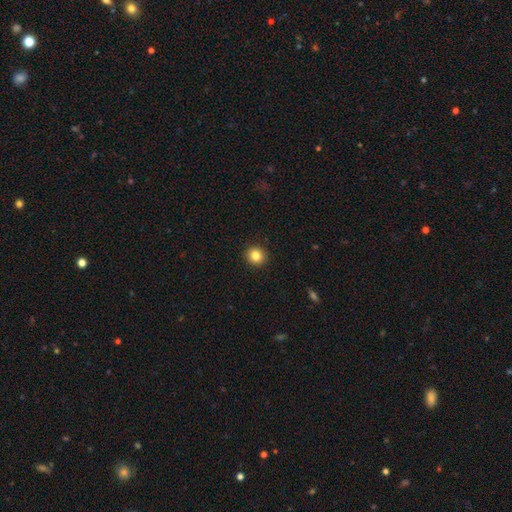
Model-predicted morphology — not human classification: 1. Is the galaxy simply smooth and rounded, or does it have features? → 84% smooth, 10% star or artifact, 6% featured or disk.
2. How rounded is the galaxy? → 90% round, 9% in between, 1% cigar-shaped.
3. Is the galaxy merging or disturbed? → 93% none, 5% minor disturbance, 2% major disturbance, 1% merger.